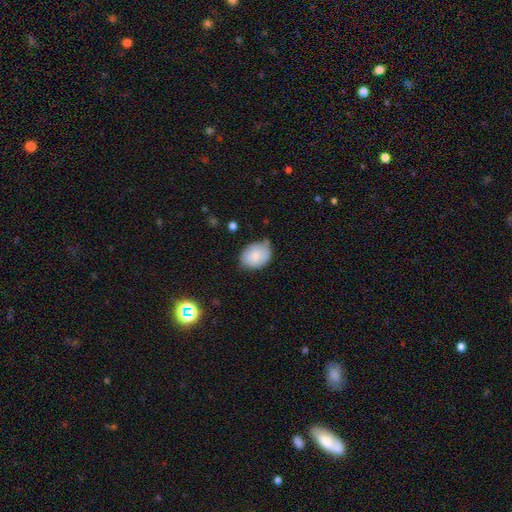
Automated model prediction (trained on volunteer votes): Morphology: type=smooth (82%); roundness=in between (67%); merging=none (55%).